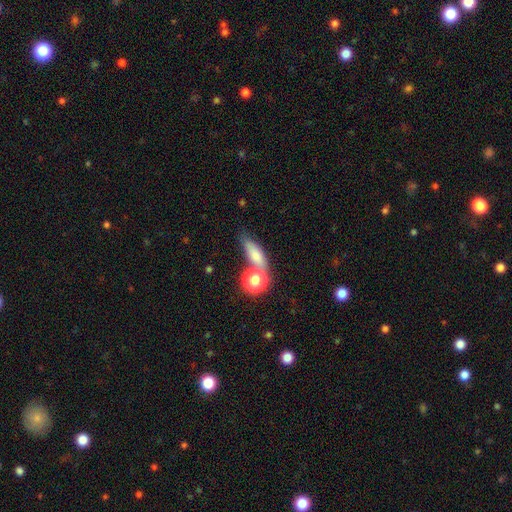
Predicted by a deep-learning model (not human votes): Smooth or featured? smooth (73%)
How rounded? in between (50%)
Merging? none (54%)